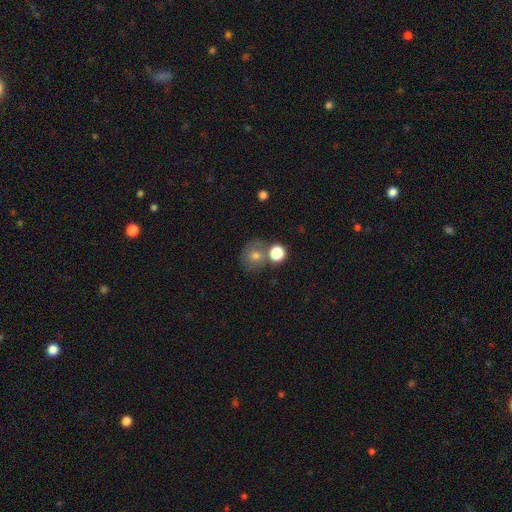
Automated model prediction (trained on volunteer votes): Smooth or featured? smooth (69%)
How rounded? round (80%)
Merging? none (56%)